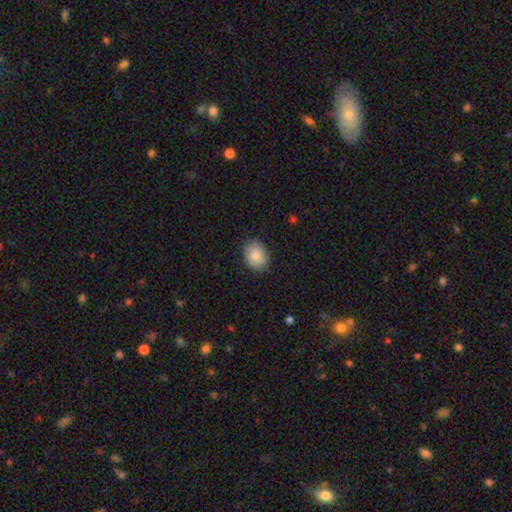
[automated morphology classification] Q: Smooth or featured?
A: smooth (87%); runner-up: star or artifact (7%)
Q: How rounded?
A: in between (58%); runner-up: round (41%)
Q: Merging?
A: none (83%); runner-up: minor disturbance (14%)